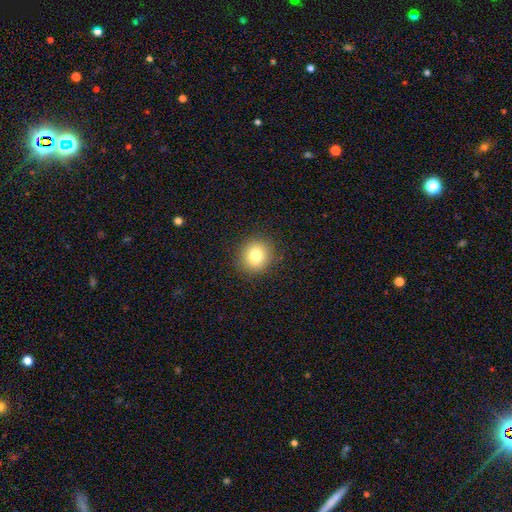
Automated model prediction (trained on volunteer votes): Overall: smooth (78%). How rounded: round (88%). Merging: none (89%).